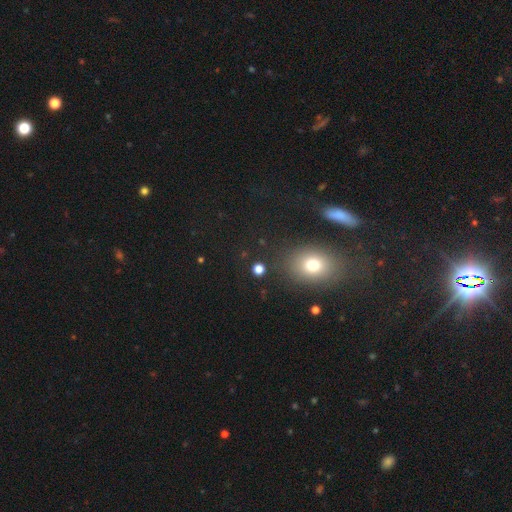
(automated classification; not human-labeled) Smooth or featured? smooth (53%)
How rounded? in between (53%)
Merging? none (77%)